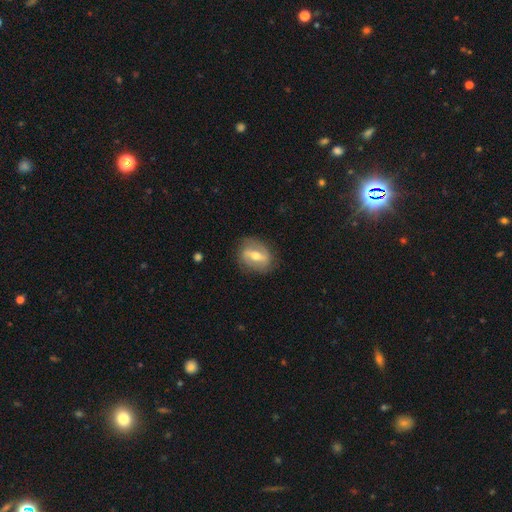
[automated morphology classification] smooth-or-featured: featured or disk: 69% | smooth: 25% | star or artifact: 6%
  disk-edge-on: no: 90% | yes: 10%
    bar: strong: 58% | weak: 30% | no: 12%
    has-spiral-arms: yes: 61% | no: 39%
    bulge-size: moderate: 70% | small: 21% | large: 6% | none: 1% | dominant: 1%
  merging: none: 81% | minor disturbance: 13% | major disturbance: 5% | merger: 1%